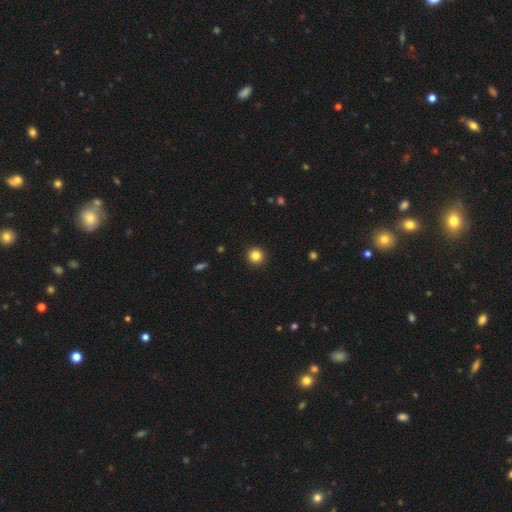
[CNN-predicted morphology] Q: Smooth or featured?
A: smooth (83%); runner-up: star or artifact (11%)
Q: How rounded?
A: round (95%); runner-up: in between (4%)
Q: Merging?
A: none (93%); runner-up: minor disturbance (5%)